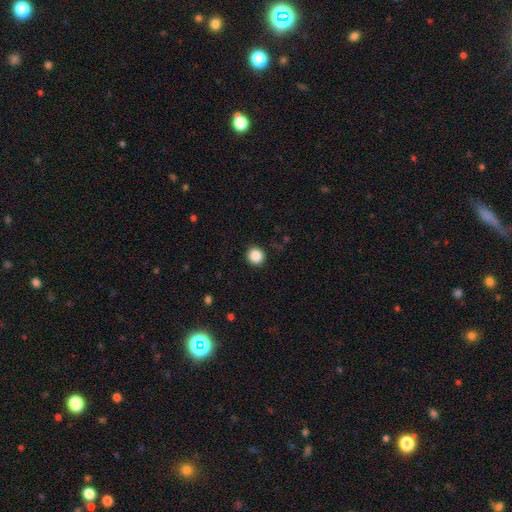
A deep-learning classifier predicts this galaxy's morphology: Smooth or featured? smooth (87%)
How rounded? round (90%)
Merging? none (90%)